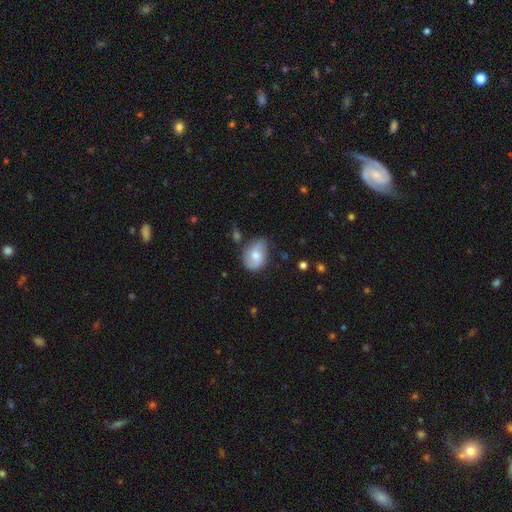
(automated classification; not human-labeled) Q: Smooth or featured?
A: featured or disk (48%); runner-up: smooth (44%)
Q: Merging?
A: none (59%); runner-up: minor disturbance (29%)